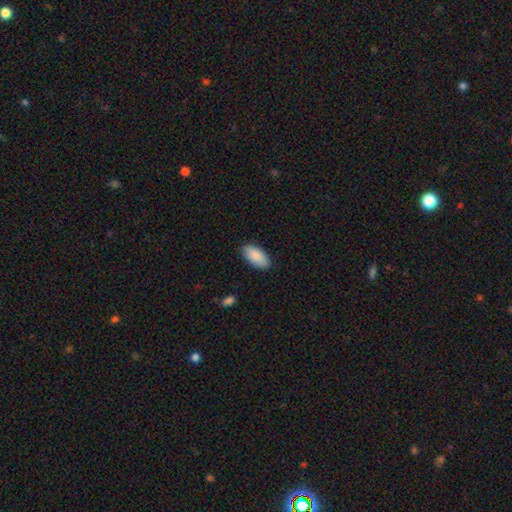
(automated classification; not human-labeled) Smooth or featured: smooth — 90% (star or artifact — 6%)
How rounded: in between — 94% (cigar-shaped — 4%)
Merging: none — 85% (minor disturbance — 11%)